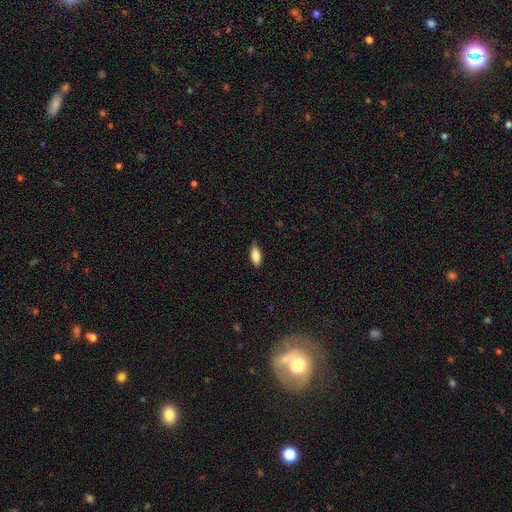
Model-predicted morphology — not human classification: type=smooth (86%); roundness=in between (79%); merging=none (80%).